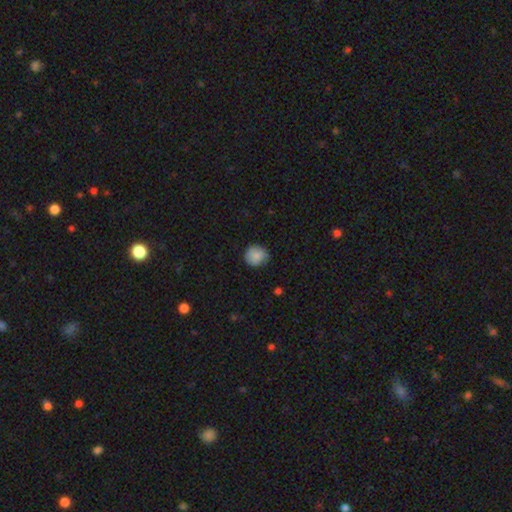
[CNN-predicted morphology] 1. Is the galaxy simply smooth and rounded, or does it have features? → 84% smooth, 9% featured or disk, 8% star or artifact.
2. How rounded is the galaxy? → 87% round, 12% in between, 1% cigar-shaped.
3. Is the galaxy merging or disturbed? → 73% none, 23% minor disturbance, 3% major disturbance, 1% merger.